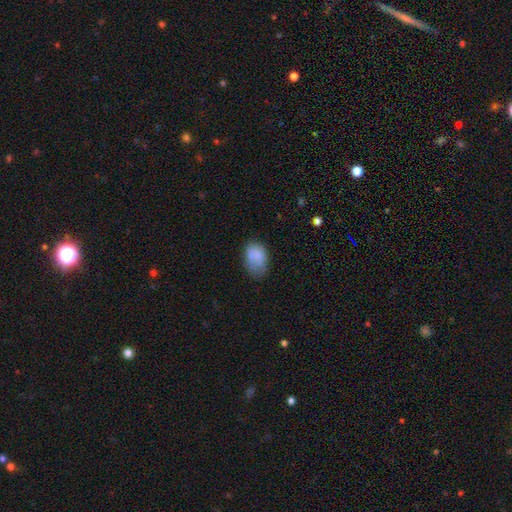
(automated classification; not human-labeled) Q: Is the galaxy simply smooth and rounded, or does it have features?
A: smooth — 82%.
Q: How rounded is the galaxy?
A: in between — 86%.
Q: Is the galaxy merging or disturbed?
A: none — 53%.